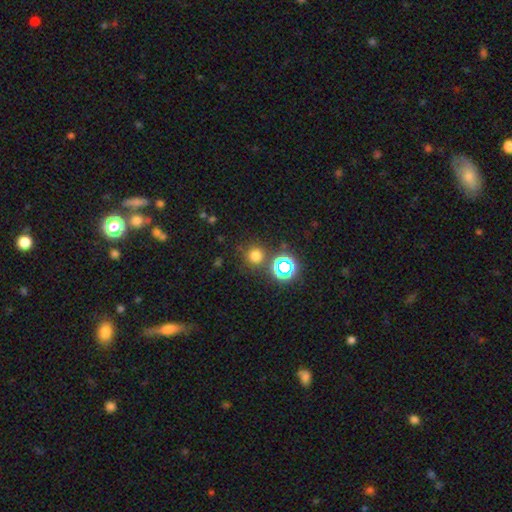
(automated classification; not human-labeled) Morphology: type=smooth (69%); roundness=round (94%); merging=none (81%).